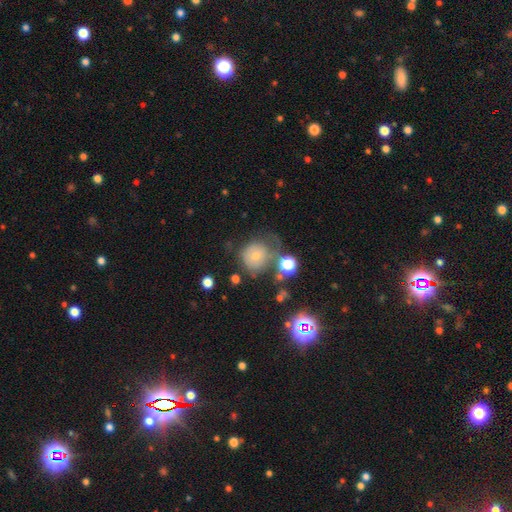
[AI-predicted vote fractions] Q: Smooth or featured?
A: smooth (59%); runner-up: featured or disk (26%)
Q: How rounded?
A: round (81%); runner-up: in between (18%)
Q: Merging?
A: none (39%); runner-up: minor disturbance (25%)